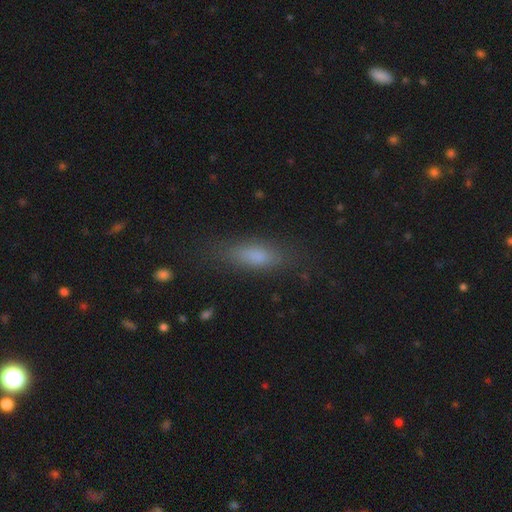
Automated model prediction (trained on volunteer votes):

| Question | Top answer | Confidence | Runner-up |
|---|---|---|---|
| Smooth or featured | smooth | 76% | featured or disk (14%) |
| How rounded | in between | 56% | cigar-shaped (41%) |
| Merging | none | 78% | minor disturbance (15%) |